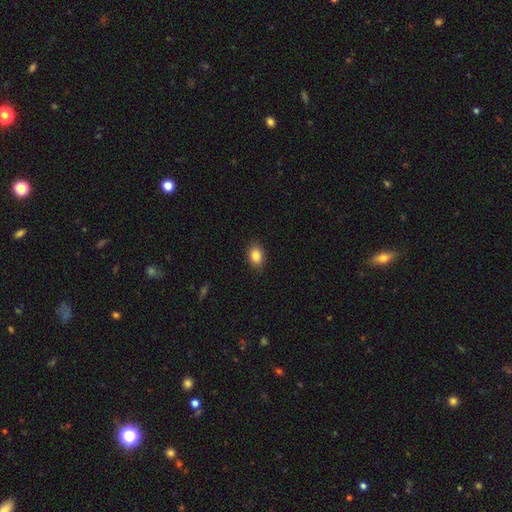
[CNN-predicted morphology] Smooth or featured? Predicted: smooth (p=0.86). How rounded? Predicted: in between (p=0.76). Merging? Predicted: none (p=0.88).